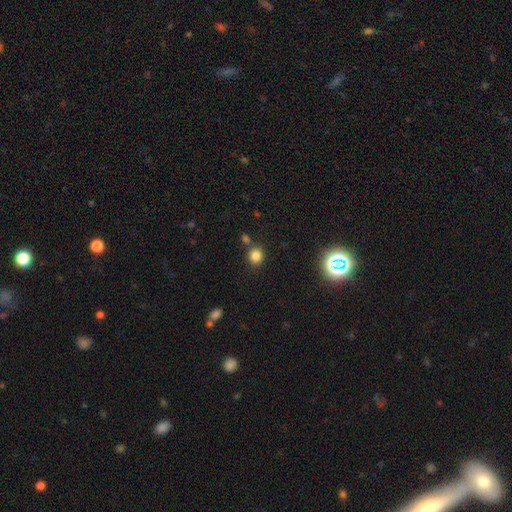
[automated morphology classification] smooth_or_featured: smooth (p=0.81) [alt: star or artifact p=0.13]
how_rounded: round (p=0.76) [alt: in between p=0.23]
merging: none (p=0.75) [alt: merger p=0.12]